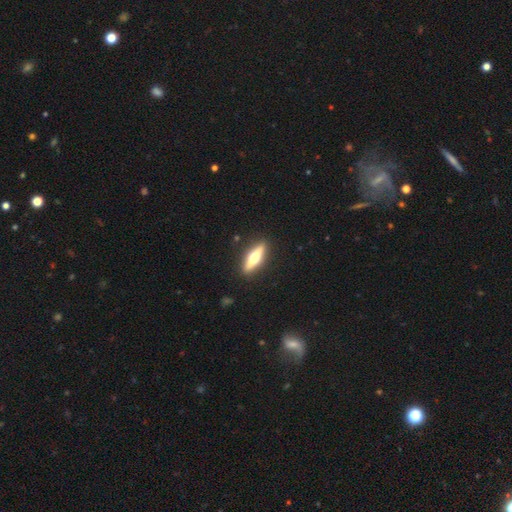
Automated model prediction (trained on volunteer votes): featured or disk 57%, smooth 37%, star or artifact 5%. Down the decision tree: edge-on disk — yes (93%); edge-on bulge — rounded (94%); merging — none (91%).